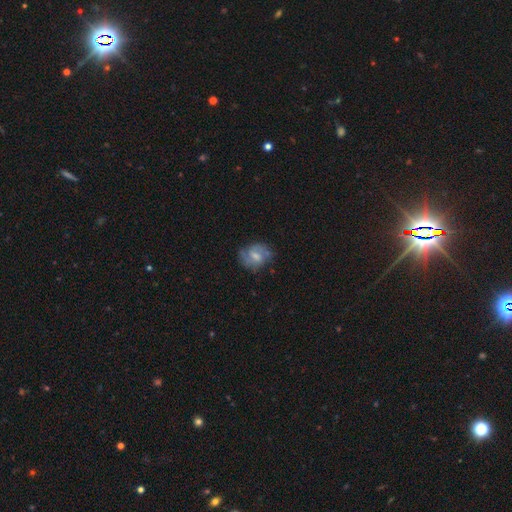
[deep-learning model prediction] Overall: featured or disk (54%; smooth 38%). Edge-on disk: no (97%). Bar: weak (54%; no 31%). Spiral arms: yes (75%). Bulge size: moderate (41%; small 35%). Merging: none (62%; minor disturbance 24%).